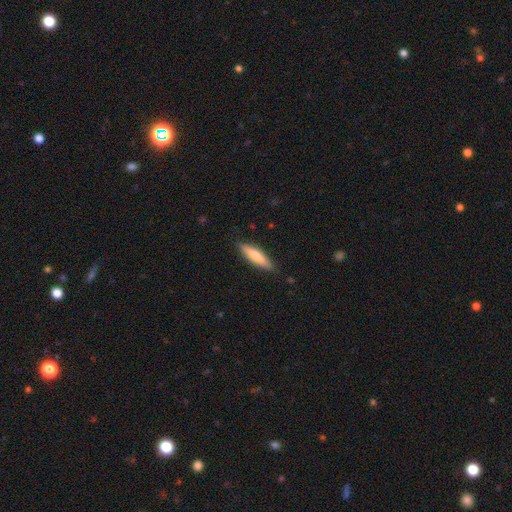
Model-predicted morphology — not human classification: Smooth or featured? smooth (73%)
How rounded? cigar-shaped (76%)
Merging? none (87%)